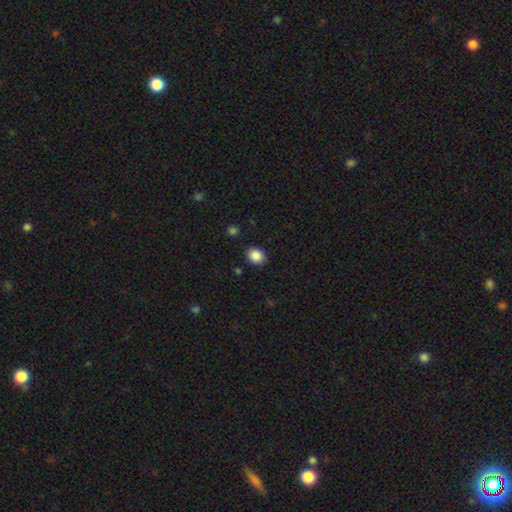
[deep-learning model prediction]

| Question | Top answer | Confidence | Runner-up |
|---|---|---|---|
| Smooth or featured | smooth | 88% | star or artifact (9%) |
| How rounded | round | 59% | in between (40%) |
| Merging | none | 88% | minor disturbance (8%) |